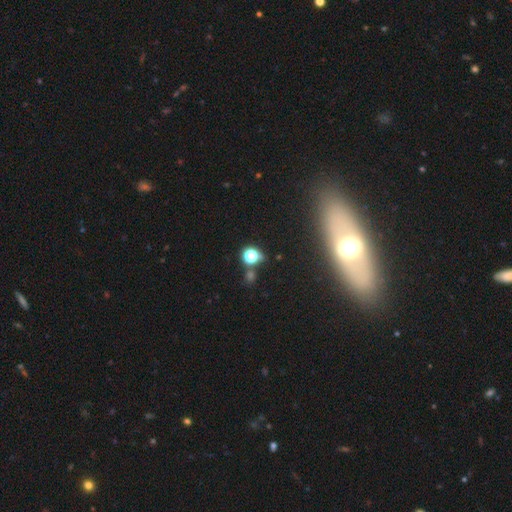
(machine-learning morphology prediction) This appears to be a featured or disk galaxy (47%). Merging: none (85%).